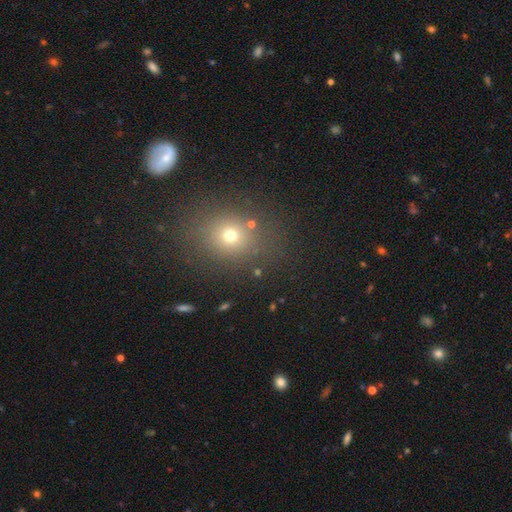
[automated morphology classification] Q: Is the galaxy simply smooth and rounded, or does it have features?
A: smooth — 58%.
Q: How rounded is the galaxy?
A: round — 59%.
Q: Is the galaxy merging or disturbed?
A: none — 83%.